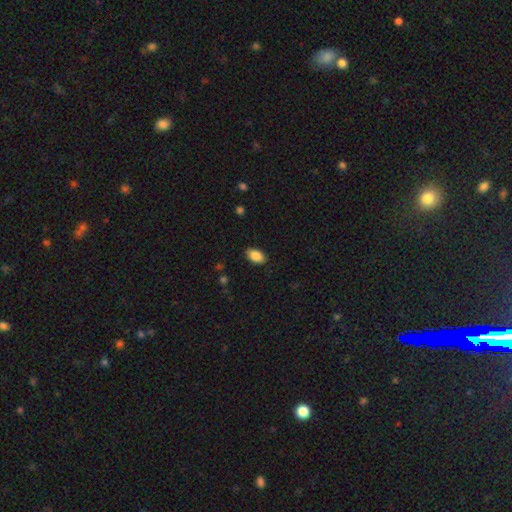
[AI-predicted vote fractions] smooth-or-featured: smooth: 88% | star or artifact: 7% | featured or disk: 5%
  how-rounded: in between: 91% | round: 8% | cigar-shaped: 1%
  merging: none: 88% | minor disturbance: 9% | major disturbance: 2% | merger: 1%